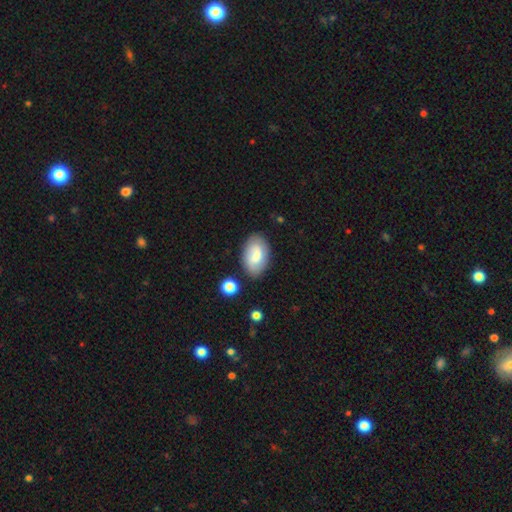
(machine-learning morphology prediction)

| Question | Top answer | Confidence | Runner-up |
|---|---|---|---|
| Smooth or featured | smooth | 70% | featured or disk (23%) |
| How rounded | in between | 93% | round (5%) |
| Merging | none | 78% | minor disturbance (15%) |